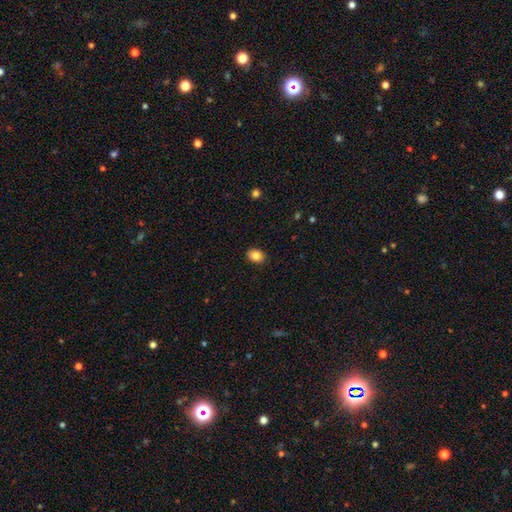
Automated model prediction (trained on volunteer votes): Q: Smooth or featured?
A: smooth (85%); runner-up: star or artifact (9%)
Q: How rounded?
A: in between (69%); runner-up: round (30%)
Q: Merging?
A: none (89%); runner-up: minor disturbance (8%)